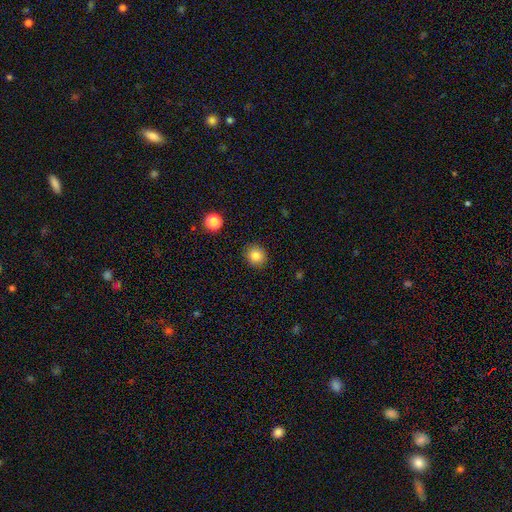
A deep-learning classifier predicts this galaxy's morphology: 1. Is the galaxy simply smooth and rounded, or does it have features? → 85% smooth, 11% star or artifact, 4% featured or disk.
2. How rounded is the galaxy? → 83% round, 16% in between, 1% cigar-shaped.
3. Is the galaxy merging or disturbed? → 90% none, 7% minor disturbance, 2% major disturbance, 1% merger.